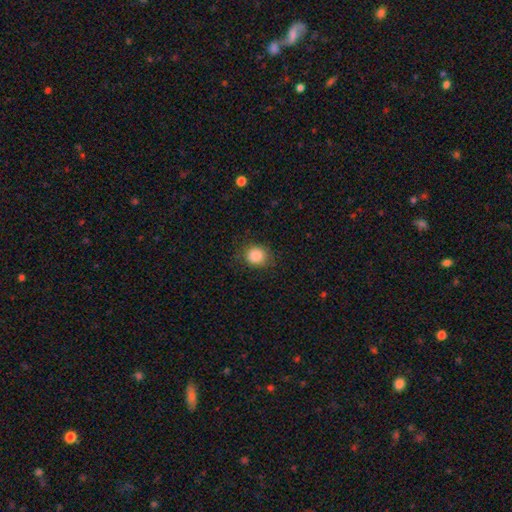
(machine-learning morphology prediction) smooth-or-featured: smooth: 87% | star or artifact: 9% | featured or disk: 3%
  how-rounded: round: 81% | in between: 18% | cigar-shaped: 1%
  merging: none: 81% | minor disturbance: 13% | major disturbance: 4% | merger: 1%